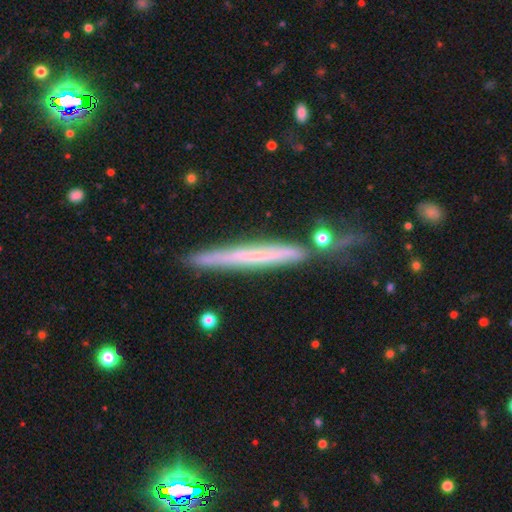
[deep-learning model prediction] Morphology: type=featured or disk (53%); edge-on=yes (93%); merging=none (80%).